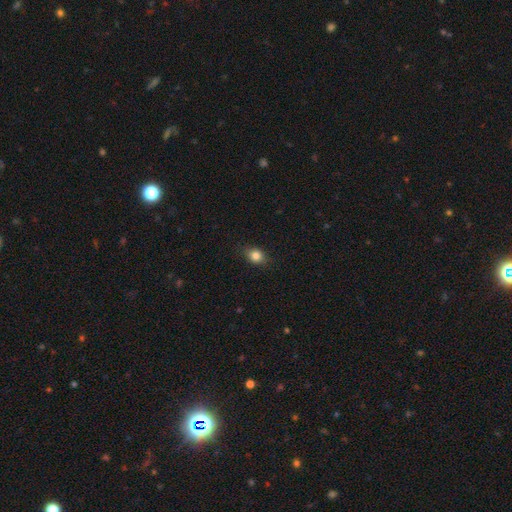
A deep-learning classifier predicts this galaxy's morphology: The model was most divided on "how rounded": round: 50%, in between: 49%, cigar-shaped: 2%. More confident: smooth or featured — smooth (84%); merging — none (83%).